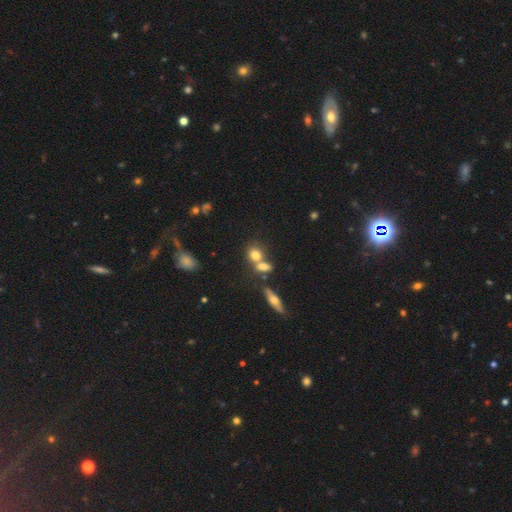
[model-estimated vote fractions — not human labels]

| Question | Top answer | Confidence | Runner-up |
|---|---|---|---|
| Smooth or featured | smooth | 72% | featured or disk (15%) |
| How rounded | round | 58% | in between (39%) |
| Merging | merger | 44% | none (42%) |